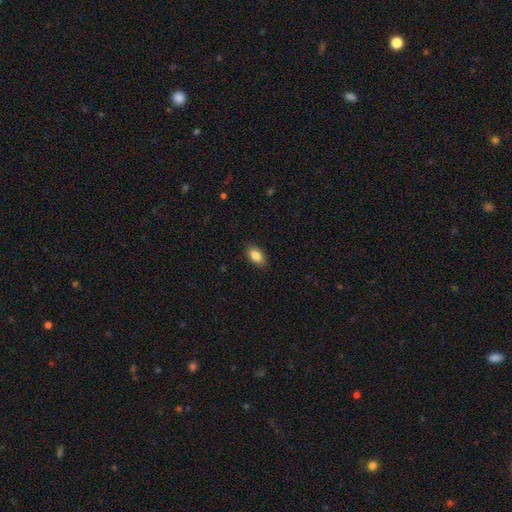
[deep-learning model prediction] Q: Smooth or featured?
A: smooth (86%); runner-up: star or artifact (7%)
Q: How rounded?
A: in between (91%); runner-up: round (6%)
Q: Merging?
A: none (88%); runner-up: minor disturbance (9%)